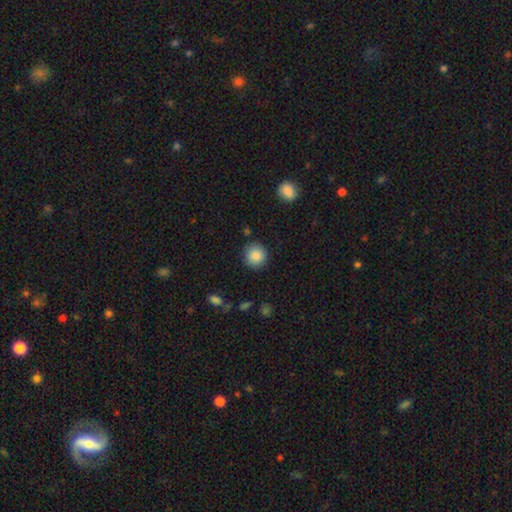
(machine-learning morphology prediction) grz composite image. It shows a smooth galaxy with no disk features (87%) that is round (91%). Merging: none (88%).